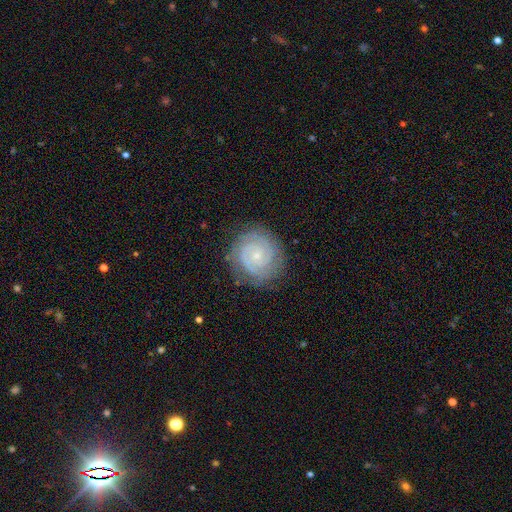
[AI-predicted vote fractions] Q: Smooth or featured?
A: featured or disk (86%); runner-up: smooth (9%)
Q: Edge-on disk?
A: no (98%); runner-up: yes (2%)
Q: Bar?
A: no (74%); runner-up: weak (21%)
Q: Spiral arms?
A: yes (97%); runner-up: no (3%)
Q: Spiral winding?
A: tight (80%); runner-up: medium (17%)
Q: Spiral arm count?
A: 2 (65%); runner-up: 3 (13%)
Q: Bulge size?
A: small (80%); runner-up: moderate (15%)
Q: Merging?
A: none (83%); runner-up: minor disturbance (12%)